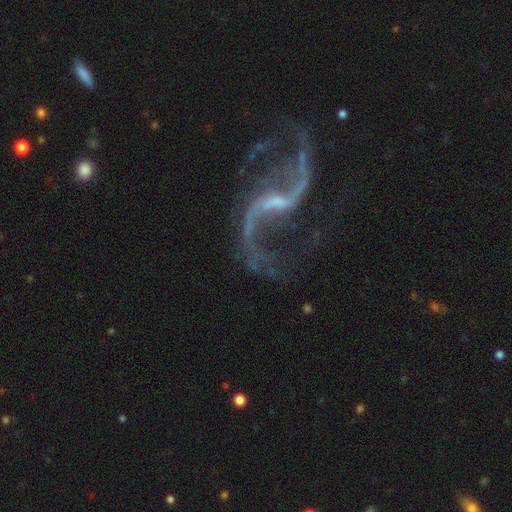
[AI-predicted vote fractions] Smooth or featured: featured or disk — 92% (star or artifact — 6%)
Edge-on disk: no — 97% (yes — 3%)
Bar: weak — 48% (strong — 31%)
Spiral arms: yes — 97% (no — 3%)
Spiral winding: loose — 88% (medium — 9%)
Spiral arm count: 2 — 93% (1 — 2%)
Bulge size: small — 54% (none — 31%)
Merging: none — 63% (major disturbance — 17%)